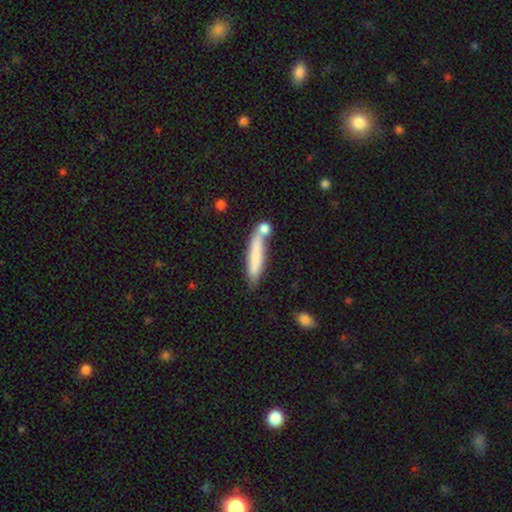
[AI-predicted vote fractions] Smooth or featured?
  - smooth: 74% *
  - featured or disk: 19%
  - star or artifact: 6%
How rounded?
  - cigar-shaped: 90% *
  - in between: 8%
  - round: 2%
Merging?
  - none: 62% *
  - merger: 17%
  - minor disturbance: 16%
  - major disturbance: 4%